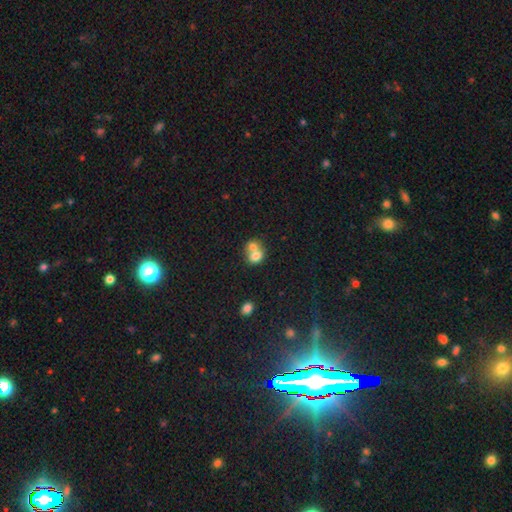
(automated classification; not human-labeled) Smooth or featured? Predicted: smooth (p=0.71). How rounded? Predicted: round (p=0.58). Merging? Predicted: merger (p=0.70).